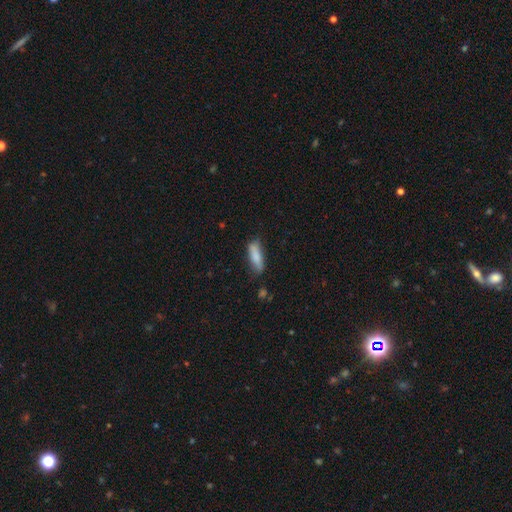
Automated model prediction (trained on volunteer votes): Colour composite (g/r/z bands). It shows a smooth galaxy with no disk features (83%) that is cigar-shaped (50%). Merging: none (71%).